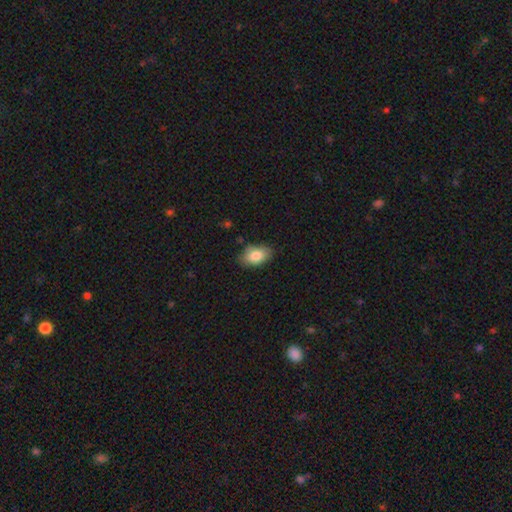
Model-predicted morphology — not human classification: This appears to be a smooth galaxy with no disk features (82%) that is in between round and cigar-shaped (91%). Merging: none (79%).